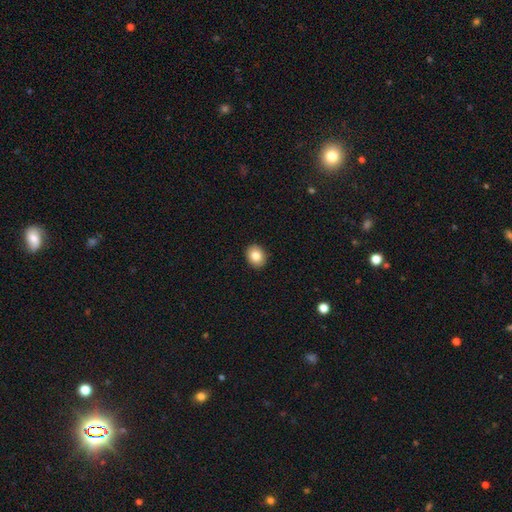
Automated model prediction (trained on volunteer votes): Smooth or featured? Predicted: smooth (p=0.83). How rounded? Predicted: round (p=0.51). Merging? Predicted: none (p=0.91).